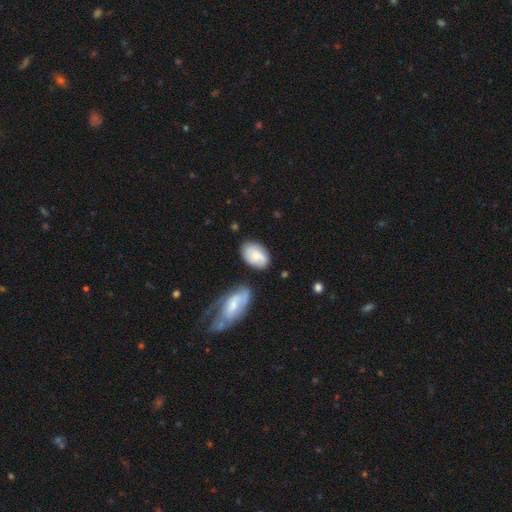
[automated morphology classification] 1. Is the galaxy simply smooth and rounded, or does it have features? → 67% smooth, 26% featured or disk, 7% star or artifact.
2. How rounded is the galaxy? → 90% in between, 8% round, 1% cigar-shaped.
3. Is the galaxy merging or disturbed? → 68% none, 19% minor disturbance, 9% merger, 5% major disturbance.